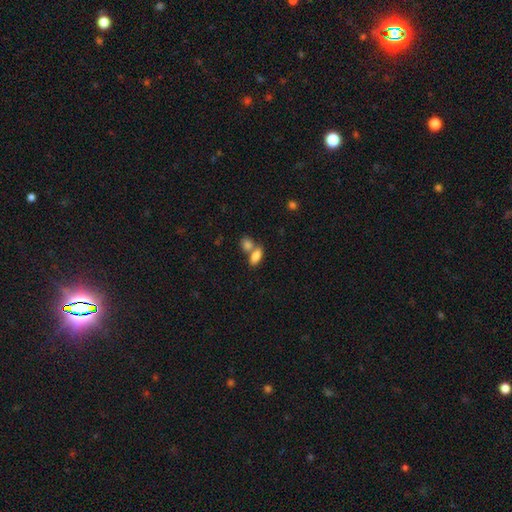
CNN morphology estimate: smooth_or_featured: smooth (p=0.83) [alt: featured or disk p=0.09]
how_rounded: in between (p=0.85) [alt: cigar-shaped p=0.08]
merging: merger (p=0.46) [alt: none p=0.41]